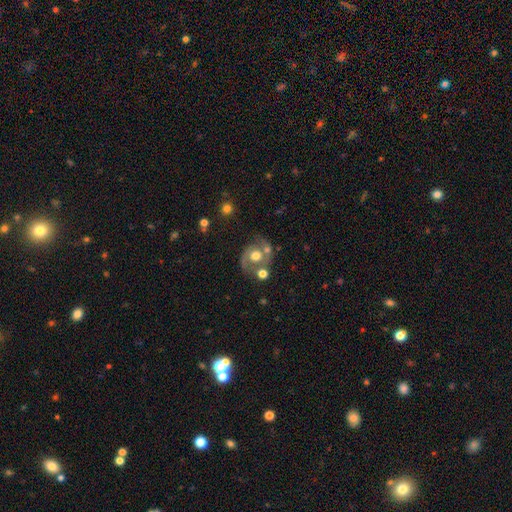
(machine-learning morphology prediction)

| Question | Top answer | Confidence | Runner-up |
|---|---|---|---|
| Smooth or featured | featured or disk | 66% | smooth (26%) |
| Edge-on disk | no | 97% | yes (3%) |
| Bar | no | 76% | weak (19%) |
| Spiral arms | yes | 75% | no (25%) |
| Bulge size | moderate | 62% | large (26%) |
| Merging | none | 53% | merger (20%) |